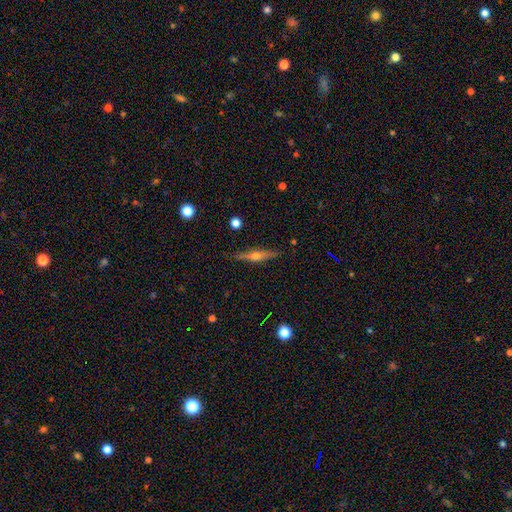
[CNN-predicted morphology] type=featured or disk (68%); edge-on=yes (97%); edge-on bulge=rounded (92%); merging=none (88%).